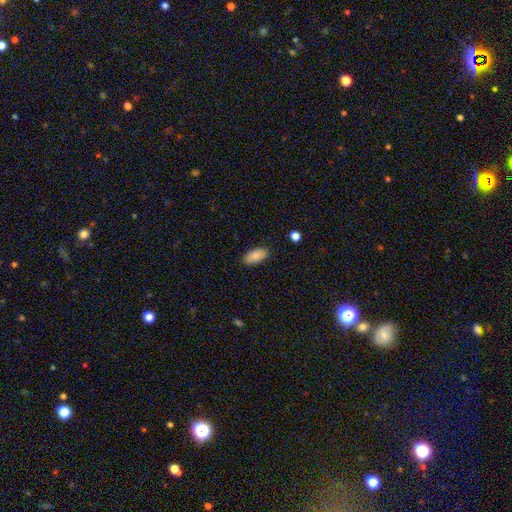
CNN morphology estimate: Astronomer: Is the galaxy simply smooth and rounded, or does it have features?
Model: smooth — 85%.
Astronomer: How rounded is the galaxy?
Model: in between — 93%.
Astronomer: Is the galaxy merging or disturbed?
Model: none — 88%.